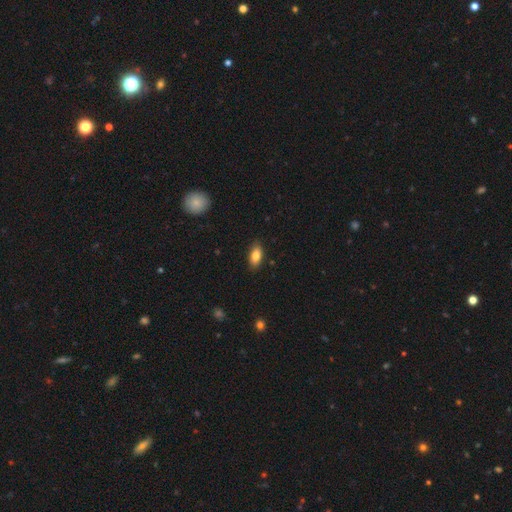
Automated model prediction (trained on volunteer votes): Smooth or featured: smooth — 82% (featured or disk — 11%)
How rounded: in between — 88% (cigar-shaped — 8%)
Merging: none — 87% (minor disturbance — 10%)